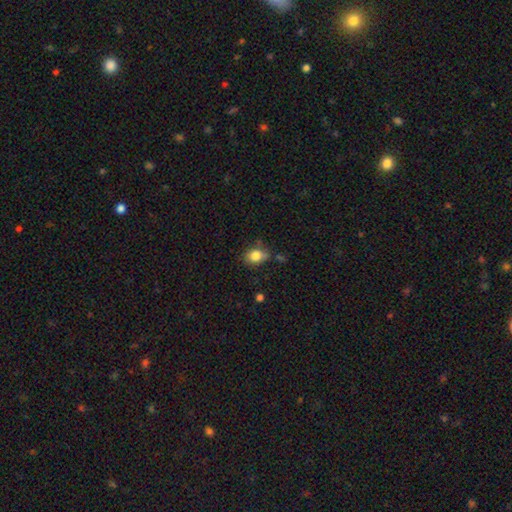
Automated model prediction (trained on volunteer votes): smooth 83%, star or artifact 10%, featured or disk 8%. Down the decision tree: how rounded — in between (59%); merging — none (63%).